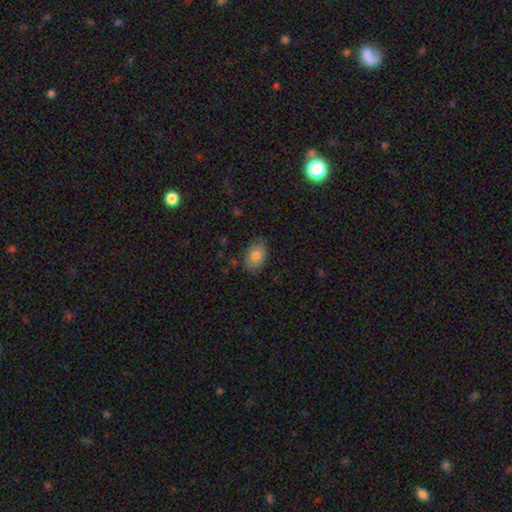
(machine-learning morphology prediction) Smooth or featured? smooth (80%)
How rounded? in between (83%)
Merging? none (79%)